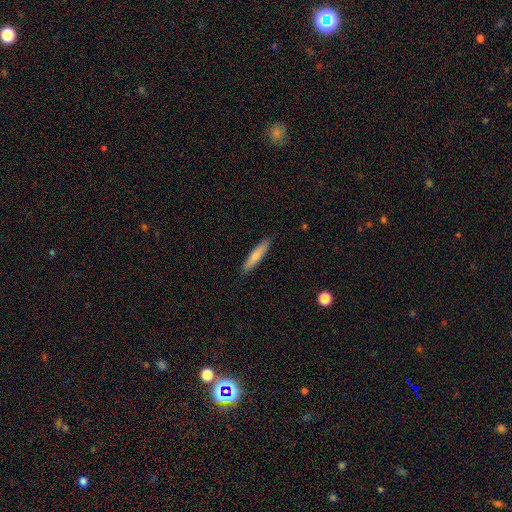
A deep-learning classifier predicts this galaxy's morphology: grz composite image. It shows a smooth galaxy with no disk features (70%) that is cigar-shaped (85%). Merging: none (89%).